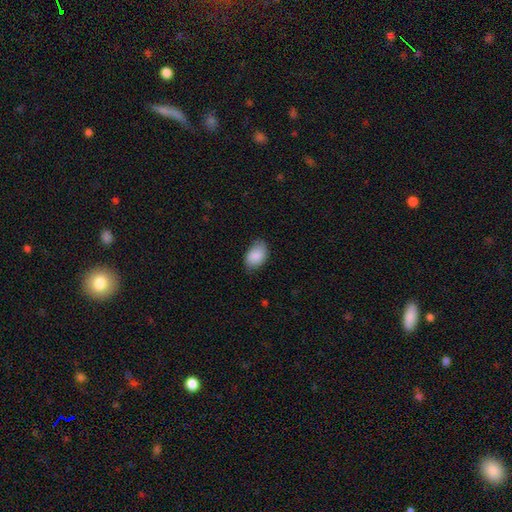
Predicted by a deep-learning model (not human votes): smooth 87%, featured or disk 7%, star or artifact 6%. Down the decision tree: how rounded — in between (91%); merging — none (75%).